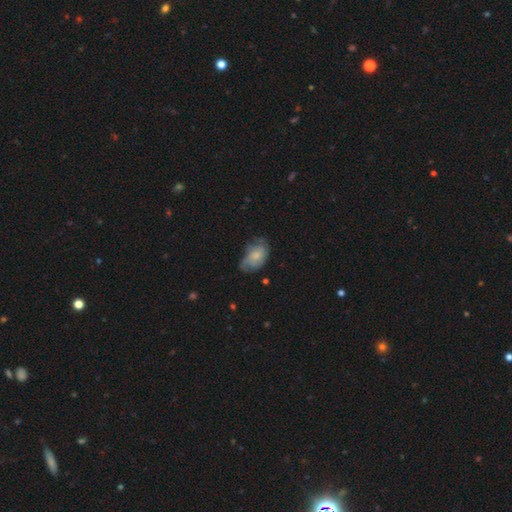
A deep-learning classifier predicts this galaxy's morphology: smooth_or_featured: smooth (p=0.51) [alt: featured or disk p=0.42]
how_rounded: in between (p=0.89) [alt: round p=0.09]
merging: none (p=0.49) [alt: minor disturbance p=0.34]